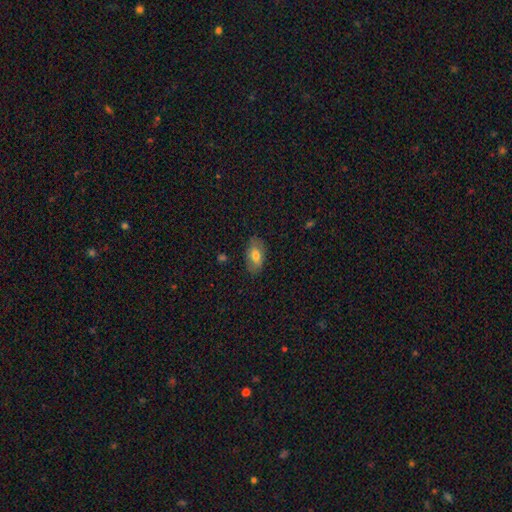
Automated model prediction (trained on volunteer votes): Smooth or featured? Predicted: smooth (p=0.70). How rounded? Predicted: in between (p=0.91). Merging? Predicted: none (p=0.83).